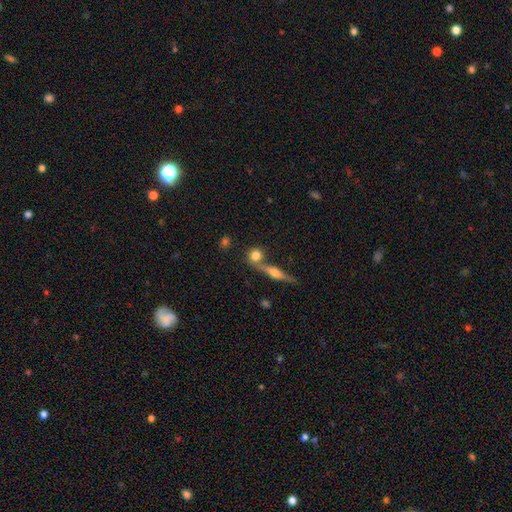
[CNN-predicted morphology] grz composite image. It shows a smooth galaxy with no disk features (72%) that is round (82%). Merging: none (62%).